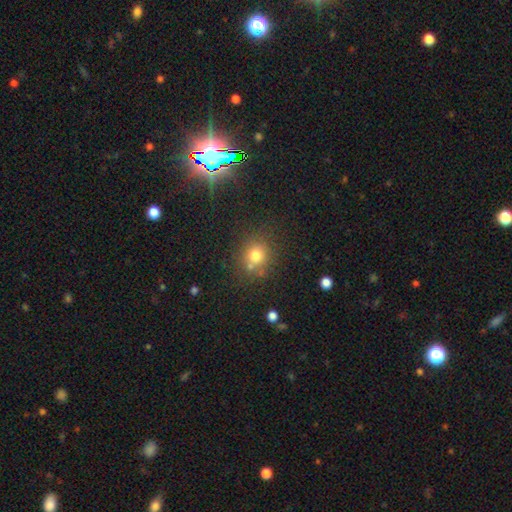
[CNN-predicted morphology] Smooth or featured?
  - smooth: 74% *
  - star or artifact: 16%
  - featured or disk: 10%
How rounded?
  - round: 84% *
  - in between: 15%
  - cigar-shaped: 1%
Merging?
  - none: 70% *
  - merger: 14%
  - minor disturbance: 12%
  - major disturbance: 5%